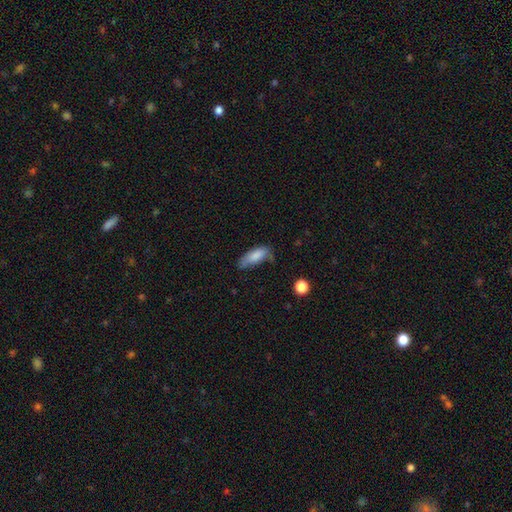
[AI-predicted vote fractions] Q: Smooth or featured?
A: smooth (81%); runner-up: featured or disk (12%)
Q: How rounded?
A: in between (71%); runner-up: cigar-shaped (27%)
Q: Merging?
A: none (48%); runner-up: minor disturbance (37%)